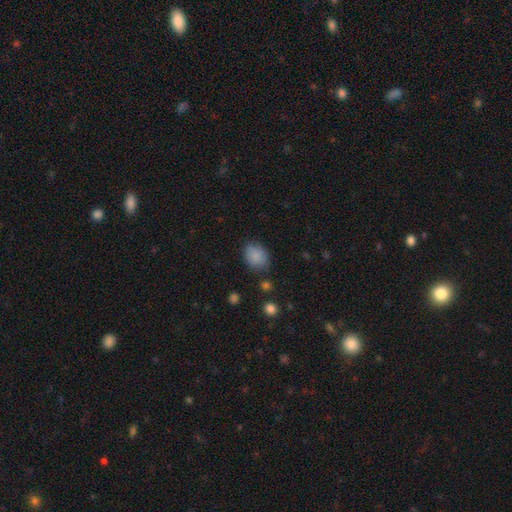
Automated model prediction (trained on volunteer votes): The model was most divided on "how rounded": round: 51%, in between: 48%, cigar-shaped: 1%. More confident: smooth or featured — smooth (86%); merging — none (75%).